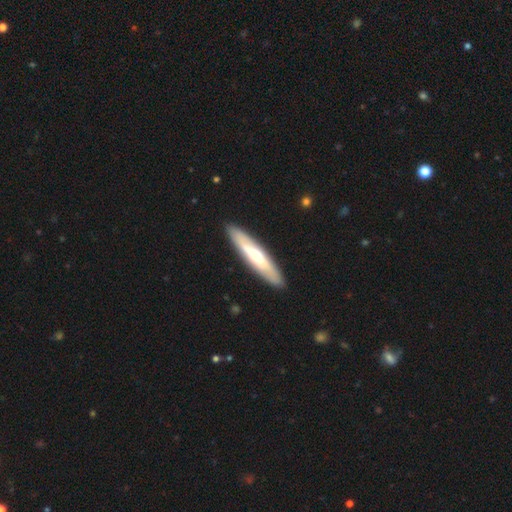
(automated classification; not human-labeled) Smooth or featured? featured or disk (50%)
Merging? none (91%)